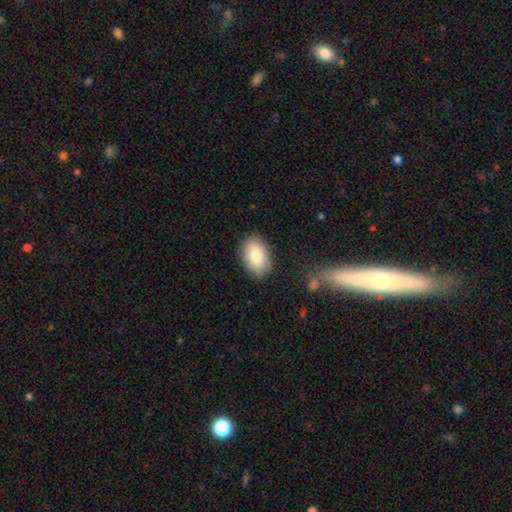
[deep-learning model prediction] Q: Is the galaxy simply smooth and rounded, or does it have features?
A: smooth — 84%.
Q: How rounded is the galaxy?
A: in between — 90%.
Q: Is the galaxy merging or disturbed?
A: none — 85%.